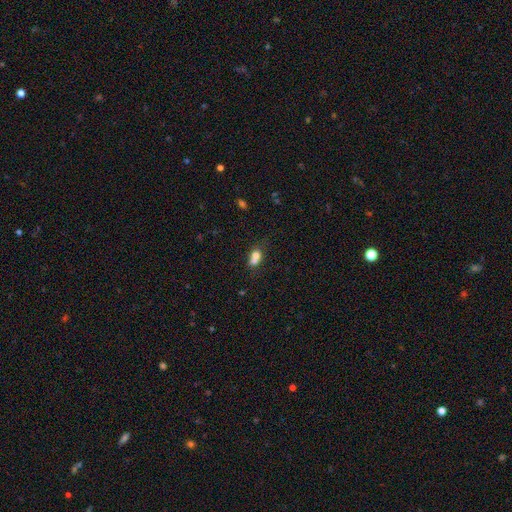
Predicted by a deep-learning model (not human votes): This appears to be a smooth galaxy with no disk features (72%) that is in between round and cigar-shaped (53%). Merging: merger (58%).